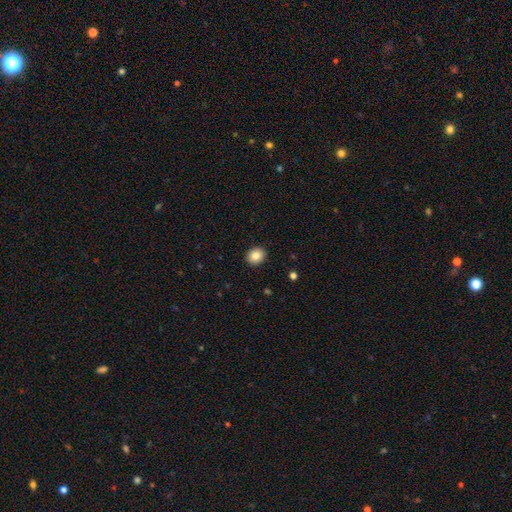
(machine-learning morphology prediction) Smooth or featured?
  - smooth: 83% *
  - star or artifact: 9%
  - featured or disk: 8%
How rounded?
  - round: 65% *
  - in between: 34%
  - cigar-shaped: 1%
Merging?
  - none: 91% *
  - minor disturbance: 6%
  - major disturbance: 2%
  - merger: 1%